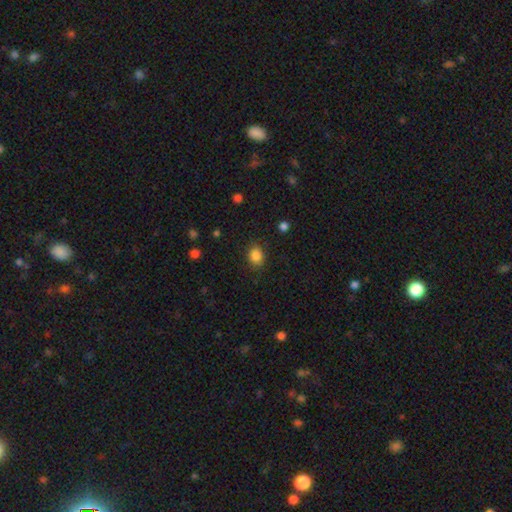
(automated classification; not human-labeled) Smooth or featured? Predicted: smooth (p=0.86). How rounded? Predicted: in between (p=0.53). Merging? Predicted: none (p=0.85).